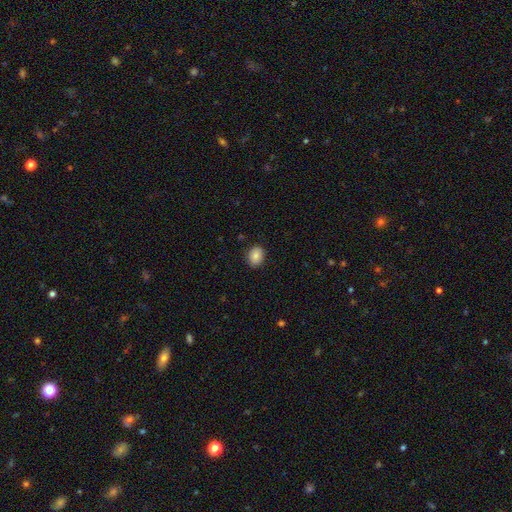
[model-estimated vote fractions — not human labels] Morphology: type=smooth (85%); roundness=in between (55%); merging=none (88%).